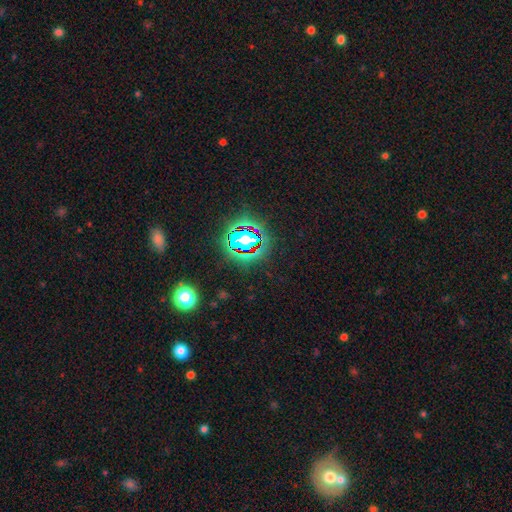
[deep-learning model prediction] Smooth or featured? Predicted: star or artifact (p=0.80).